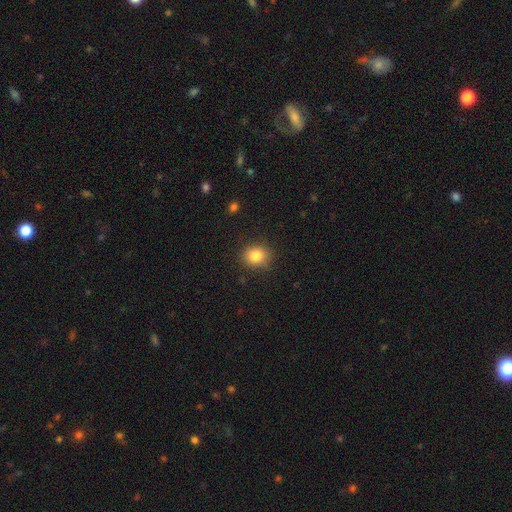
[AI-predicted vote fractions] Smooth or featured? Predicted: smooth (p=0.83). How rounded? Predicted: round (p=0.69). Merging? Predicted: none (p=0.85).